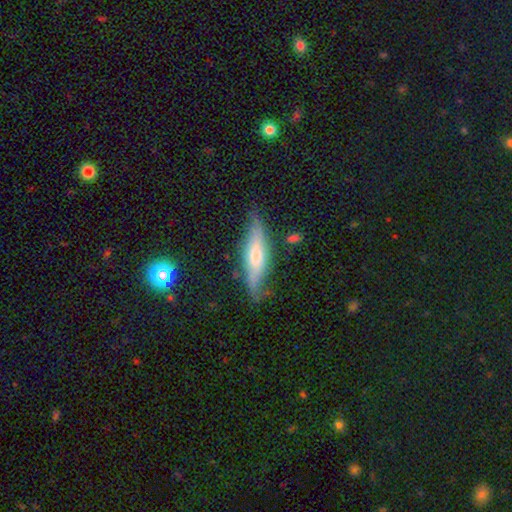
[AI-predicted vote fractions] featured or disk 51%, smooth 43%, star or artifact 6%. Down the decision tree: edge-on disk — yes (72%); merging — none (70%).